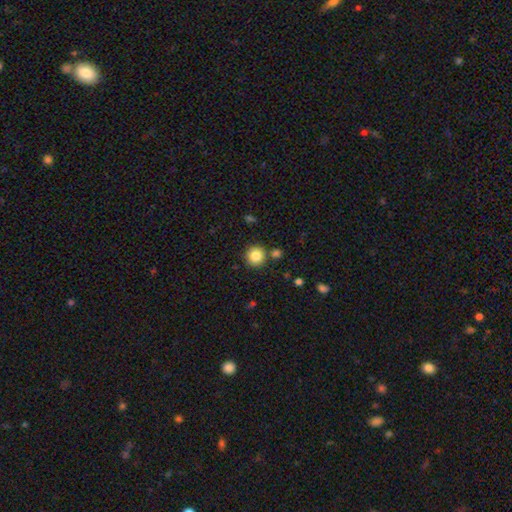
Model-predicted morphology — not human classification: smooth_or_featured: smooth (p=0.84) [alt: star or artifact p=0.10]
how_rounded: round (p=0.93) [alt: in between p=0.06]
merging: none (p=0.84) [alt: minor disturbance p=0.07]